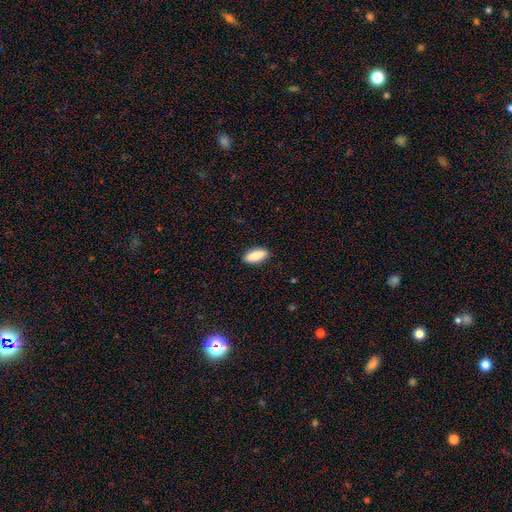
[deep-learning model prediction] Q: Smooth or featured?
A: smooth (88%); runner-up: star or artifact (6%)
Q: How rounded?
A: in between (81%); runner-up: cigar-shaped (17%)
Q: Merging?
A: none (90%); runner-up: minor disturbance (7%)